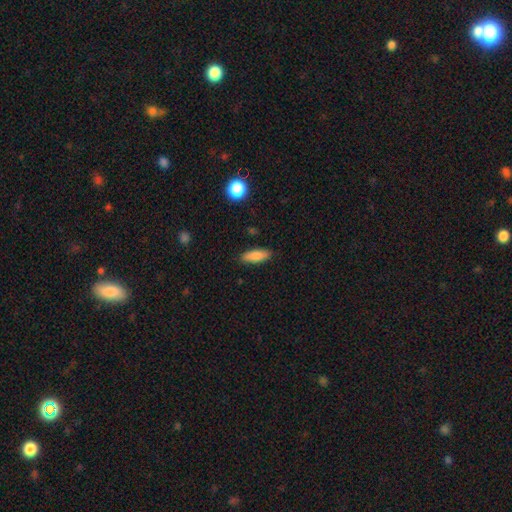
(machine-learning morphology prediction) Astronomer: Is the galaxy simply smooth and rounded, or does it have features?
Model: smooth — 84%.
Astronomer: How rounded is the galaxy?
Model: in between — 61% (runner-up: cigar-shaped, 37%).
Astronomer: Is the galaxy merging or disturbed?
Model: none — 86%.